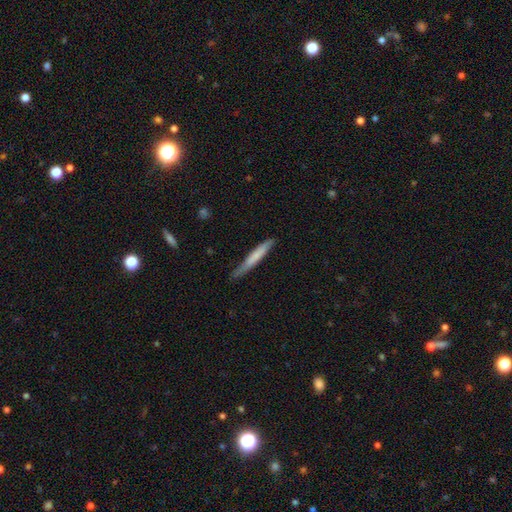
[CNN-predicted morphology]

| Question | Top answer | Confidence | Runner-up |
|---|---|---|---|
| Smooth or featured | smooth | 65% | featured or disk (30%) |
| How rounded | cigar-shaped | 95% | in between (4%) |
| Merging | none | 72% | minor disturbance (22%) |